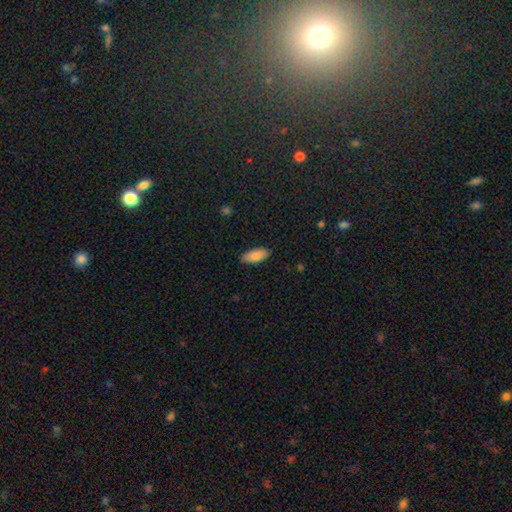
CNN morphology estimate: type=smooth (86%); roundness=in between (86%); merging=none (86%).